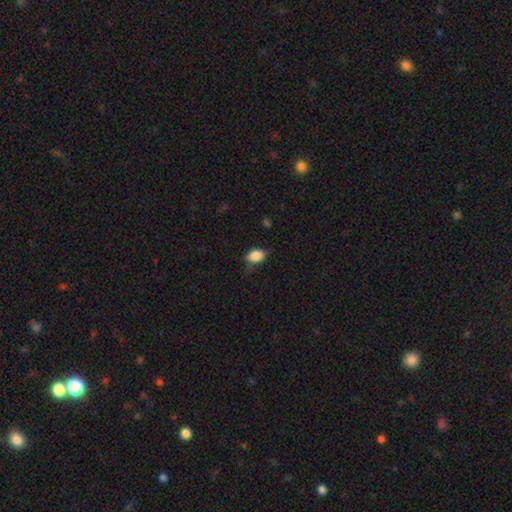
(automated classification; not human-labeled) A smooth galaxy with no disk features (87%) that is in between round and cigar-shaped (81%). Merging: none (66%).